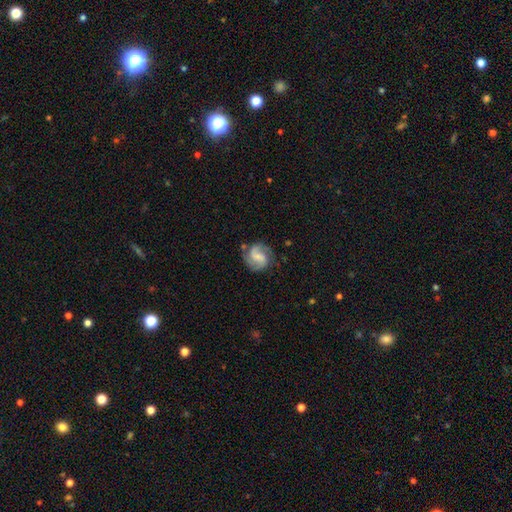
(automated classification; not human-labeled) Morphology: type=featured or disk (80%); edge-on=no (98%); bar=weak (50%); spiral arms=yes (96%); winding=medium (51%); arm count=2 (86%); bulge=small (43%); merging=none (75%).